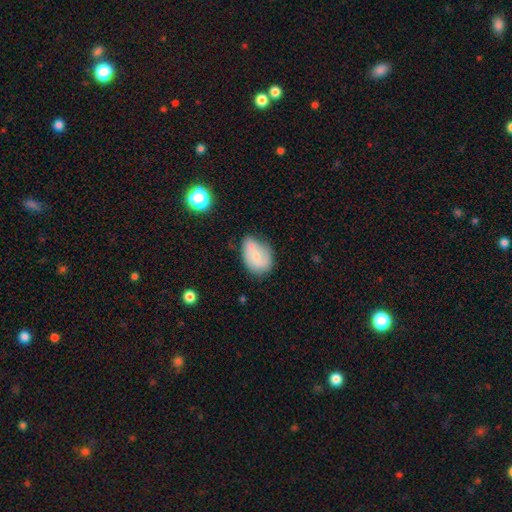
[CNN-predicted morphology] Smooth or featured? smooth (54%)
How rounded? in between (74%)
Merging? none (48%)